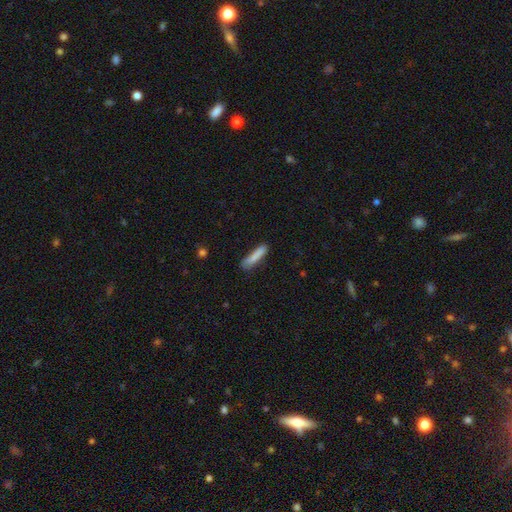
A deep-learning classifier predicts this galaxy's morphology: smooth 83%, featured or disk 10%, star or artifact 7%. Down the decision tree: how rounded — cigar-shaped (88%); merging — none (79%).